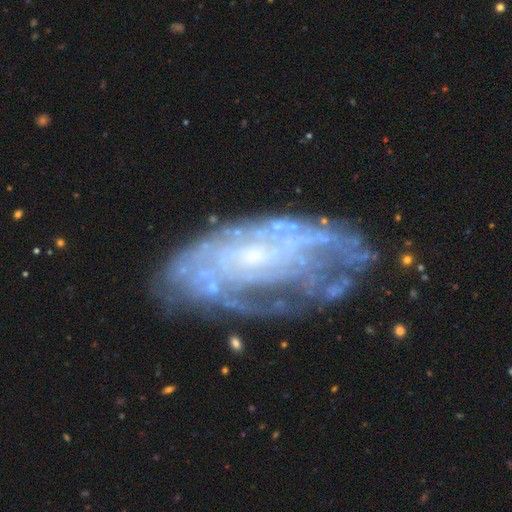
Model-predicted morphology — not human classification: Overall: featured or disk (80%). Edge-on disk: no (93%). Bar: no (69%). Spiral arms: yes (77%). Spiral arm count: can't tell (61%). Spiral winding: tight (59%; medium 29%). Bulge size: small (69%). Merging: none (61%; minor disturbance 22%).